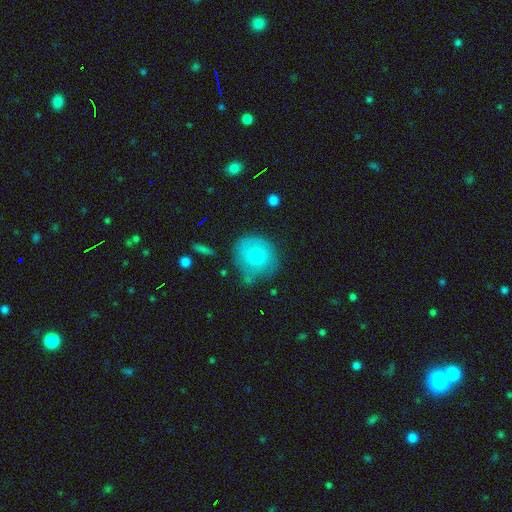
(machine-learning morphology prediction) A smooth galaxy with no disk features (65%) that is round (81%). Merging: none (50%).